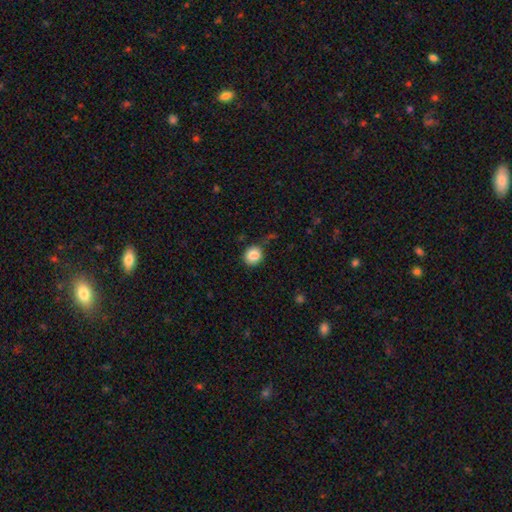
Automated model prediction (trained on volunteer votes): Morphology: type=smooth (85%); roundness=round (82%); merging=none (72%).